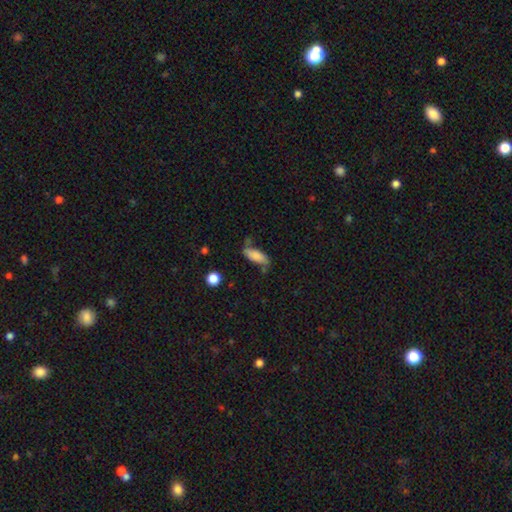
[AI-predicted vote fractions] Q: Smooth or featured?
A: smooth (76%); runner-up: featured or disk (16%)
Q: How rounded?
A: in between (75%); runner-up: cigar-shaped (22%)
Q: Merging?
A: none (54%); runner-up: minor disturbance (28%)